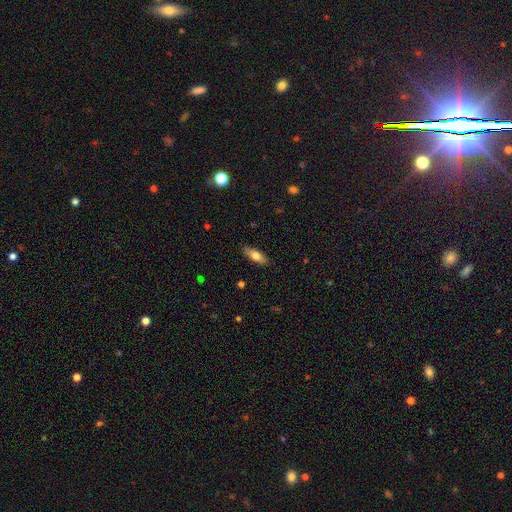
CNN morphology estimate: smooth 70%, featured or disk 24%, star or artifact 6%. Down the decision tree: how rounded — in between (64%); merging — none (88%).